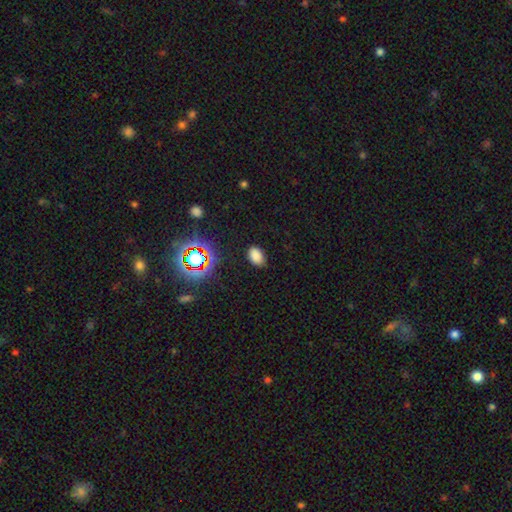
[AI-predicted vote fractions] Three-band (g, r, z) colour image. It shows a smooth galaxy with no disk features (79%) that is in between round and cigar-shaped (87%). Merging: none (84%).